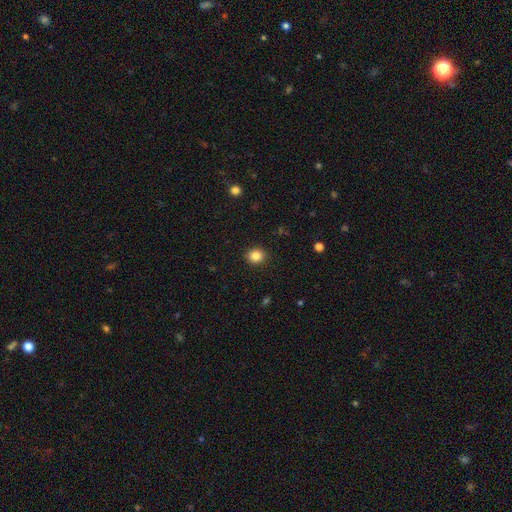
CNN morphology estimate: smooth 84%, star or artifact 11%, featured or disk 5%. Down the decision tree: how rounded — round (75%); merging — none (90%).